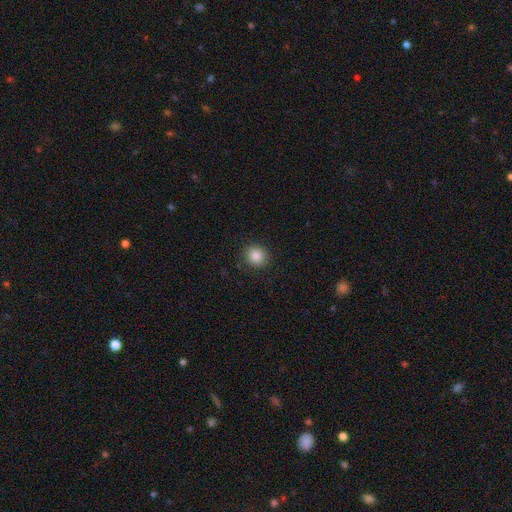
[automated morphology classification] A smooth galaxy with no disk features (86%) that is round (88%).

Vote fractions:
- Smooth or featured? smooth: 86% / star or artifact: 10% / featured or disk: 4%
- How rounded? round: 88% / in between: 11% / cigar-shaped: 1%
- Merging? none: 90% / minor disturbance: 7% / major disturbance: 2% / merger: 1%